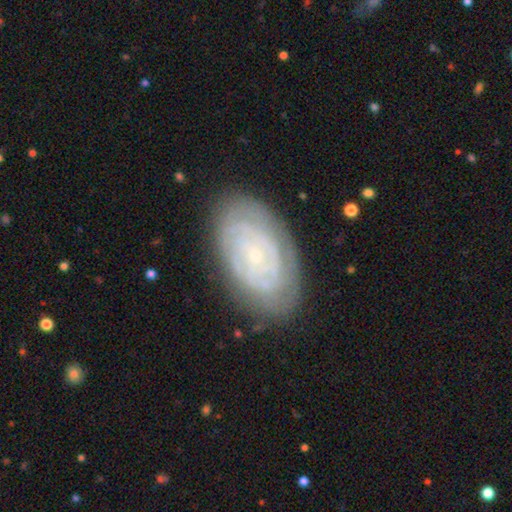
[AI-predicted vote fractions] Overall: featured or disk (79%). Edge-on disk: no (96%). Bar: no (77%). Spiral arms: yes (90%). Spiral arm count: can't tell (44%; 2 21%). Spiral winding: tight (82%). Bulge size: small (85%). Merging: none (80%).